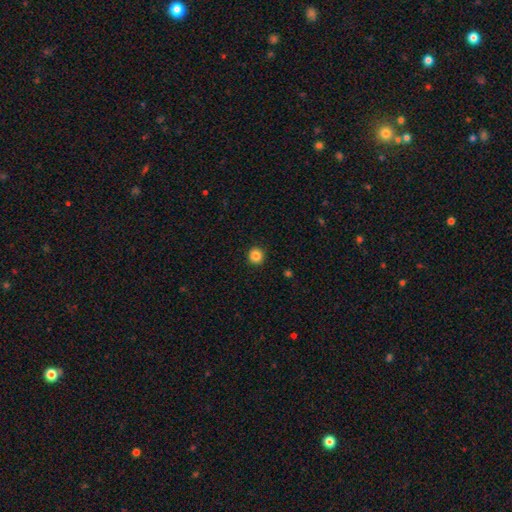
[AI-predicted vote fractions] Overall: smooth (85%). How rounded: round (93%). Merging: none (93%).